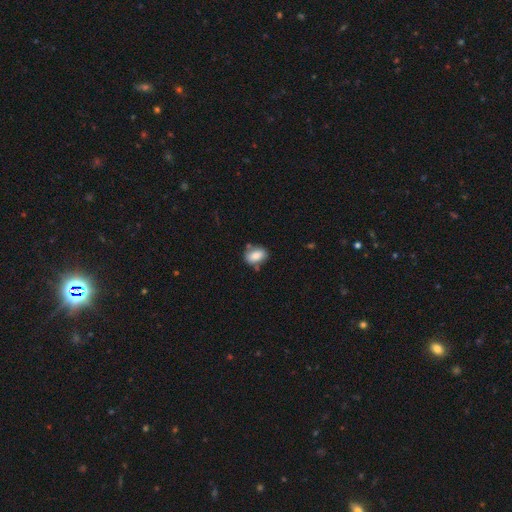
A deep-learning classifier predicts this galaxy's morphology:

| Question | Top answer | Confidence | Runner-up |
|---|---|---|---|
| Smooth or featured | smooth | 81% | featured or disk (11%) |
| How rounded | in between | 80% | round (19%) |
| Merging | none | 70% | minor disturbance (17%) |